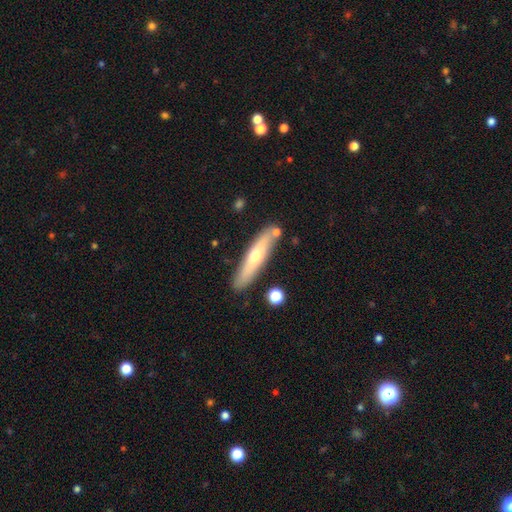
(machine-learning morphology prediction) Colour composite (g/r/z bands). It shows a smooth galaxy with no disk features (53%) that is cigar-shaped (84%). Merging: none (82%).